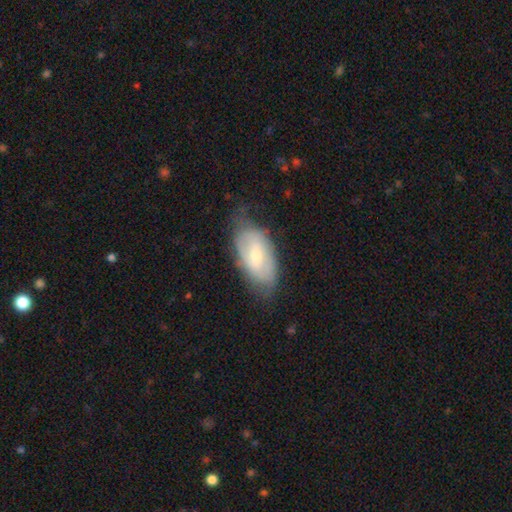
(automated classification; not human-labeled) A featured or disk galaxy (50%). Merging: none (61%).